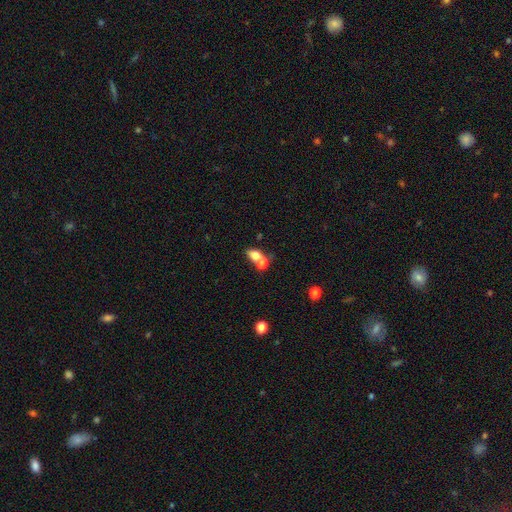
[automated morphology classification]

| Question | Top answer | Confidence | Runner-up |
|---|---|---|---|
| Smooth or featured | smooth | 72% | featured or disk (17%) |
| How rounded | in between | 69% | round (28%) |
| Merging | merger | 64% | none (25%) |